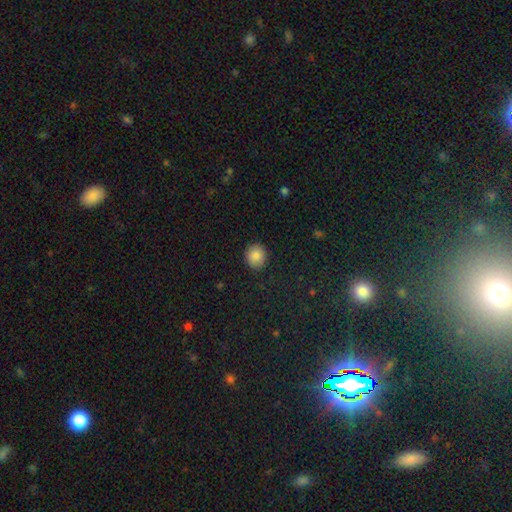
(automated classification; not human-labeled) Q: Smooth or featured?
A: smooth (87%); runner-up: star or artifact (9%)
Q: How rounded?
A: round (85%); runner-up: in between (14%)
Q: Merging?
A: none (91%); runner-up: minor disturbance (6%)